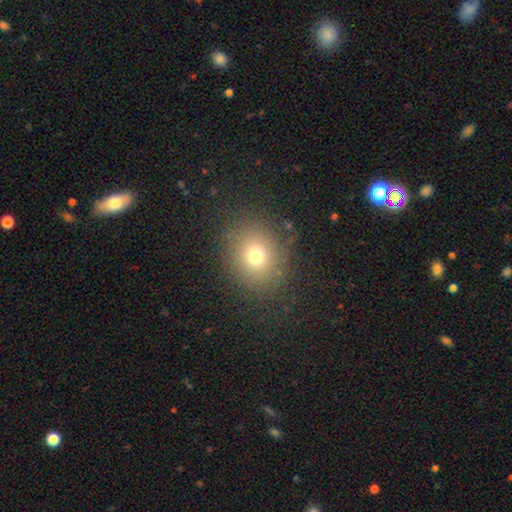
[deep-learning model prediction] This is likely a smooth galaxy (73%). How rounded: likely round (68%). Merging: clearly none (84%).